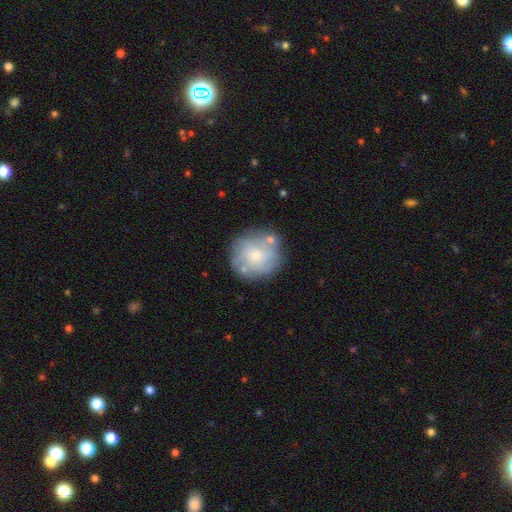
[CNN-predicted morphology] smooth_or_featured: smooth (p=0.56) [alt: featured or disk p=0.36]
how_rounded: round (p=0.85) [alt: in between p=0.14]
merging: none (p=0.68) [alt: minor disturbance p=0.18]